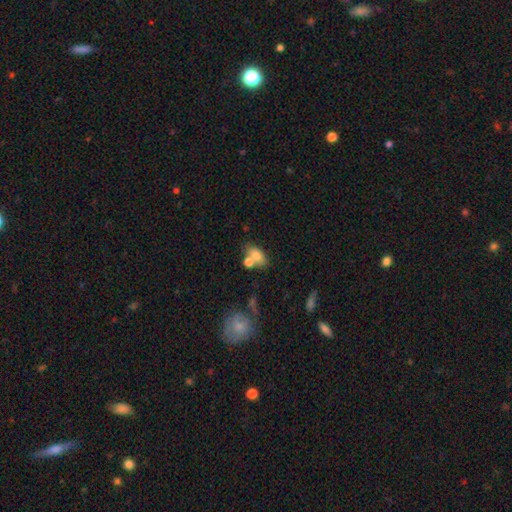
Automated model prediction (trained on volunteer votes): Overall: smooth (78%). How rounded: in between (84%). Merging: none (46%; merger 34%).